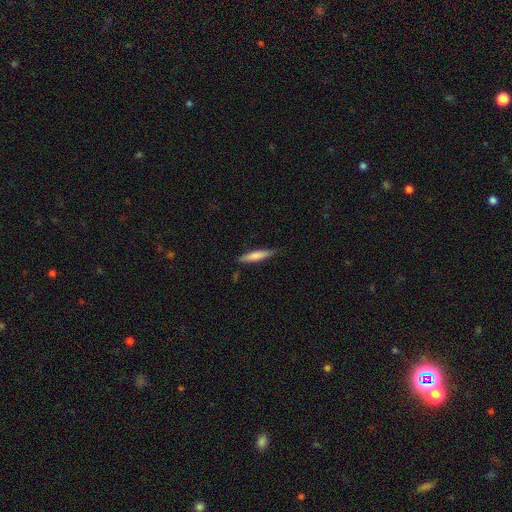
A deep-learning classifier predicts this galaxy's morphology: Smooth or featured? smooth (70%)
How rounded? cigar-shaped (87%)
Merging? none (81%)